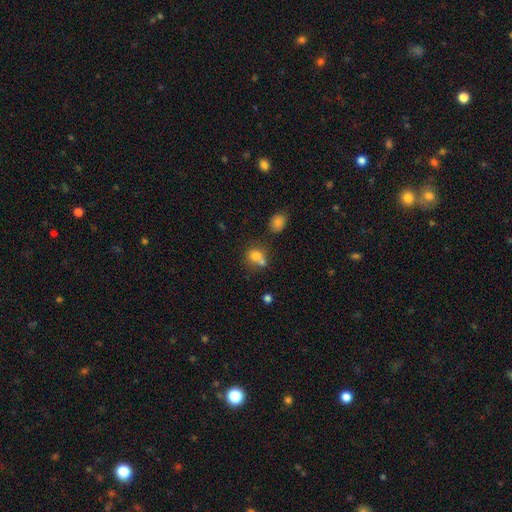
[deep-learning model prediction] This is likely a smooth galaxy (76%). How rounded: likely round (63%). Merging: possibly merger (45%).